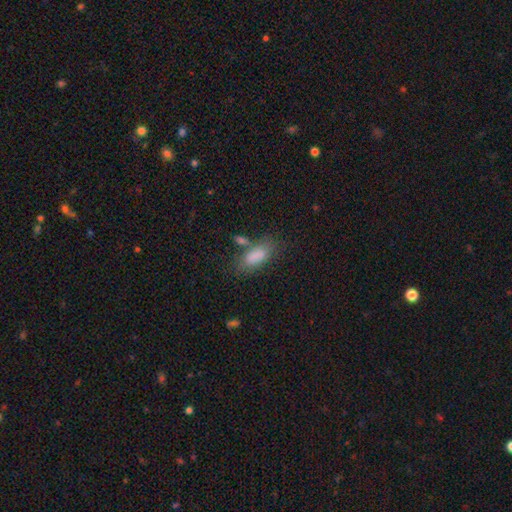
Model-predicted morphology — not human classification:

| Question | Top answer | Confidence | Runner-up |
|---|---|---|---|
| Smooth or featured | smooth | 82% | featured or disk (9%) |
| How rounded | in between | 81% | cigar-shaped (15%) |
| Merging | none | 54% | minor disturbance (21%) |